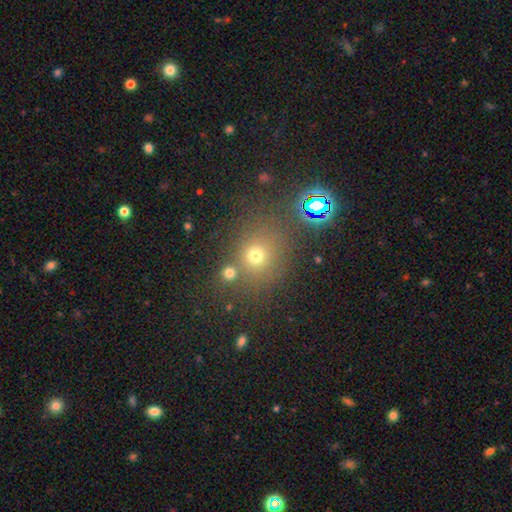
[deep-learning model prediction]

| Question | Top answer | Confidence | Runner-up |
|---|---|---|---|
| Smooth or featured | smooth | 66% | star or artifact (25%) |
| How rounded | round | 77% | in between (22%) |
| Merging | none | 67% | merger (16%) |